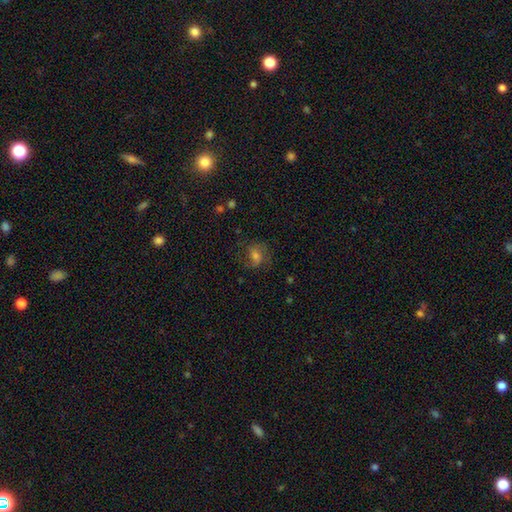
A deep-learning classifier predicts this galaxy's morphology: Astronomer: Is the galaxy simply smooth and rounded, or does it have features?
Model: featured or disk — 46% (runner-up: smooth, 38%).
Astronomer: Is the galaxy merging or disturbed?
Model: none — 67%.